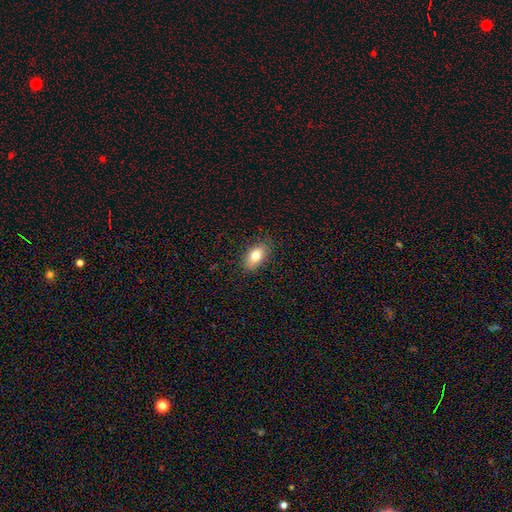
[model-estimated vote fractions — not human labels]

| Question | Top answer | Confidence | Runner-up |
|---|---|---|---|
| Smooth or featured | smooth | 79% | featured or disk (13%) |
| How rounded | in between | 88% | round (7%) |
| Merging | none | 85% | minor disturbance (11%) |